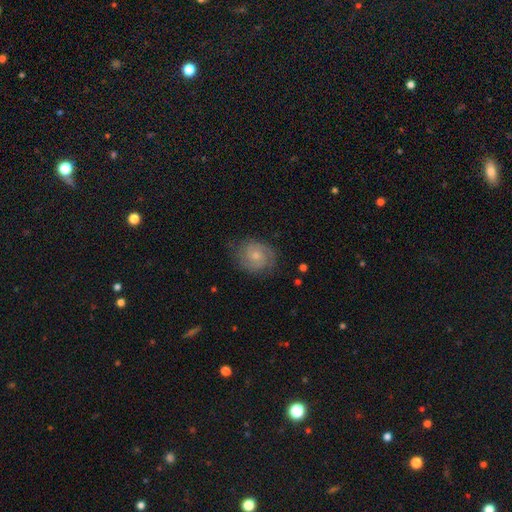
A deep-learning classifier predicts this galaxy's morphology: Smooth or featured? Predicted: featured or disk (p=0.72). Edge-on disk? Predicted: no (p=0.98). Bar? Predicted: no (p=0.70). Spiral arms? Predicted: yes (p=0.93). Spiral winding? Predicted: tight (p=0.61). Spiral arm count? Predicted: 2 (p=0.72). Bulge size? Predicted: small (p=0.54). Merging? Predicted: none (p=0.76).